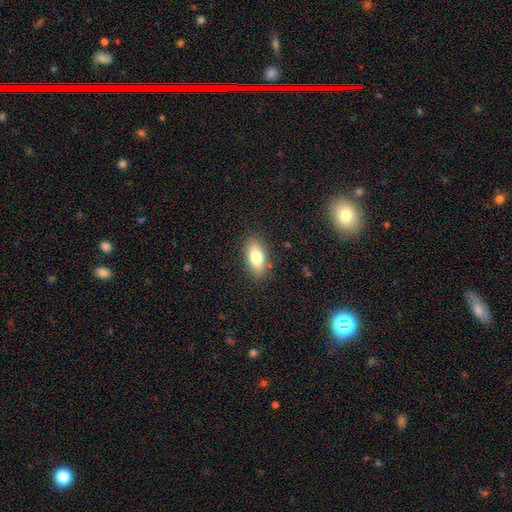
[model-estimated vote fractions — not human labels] Overall: smooth (76%). How rounded: in between (86%). Merging: none (87%).